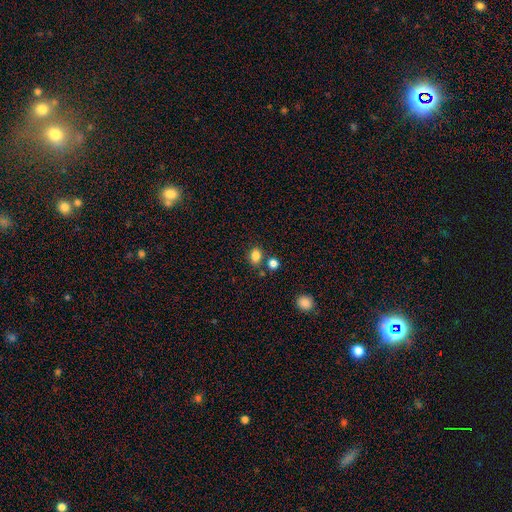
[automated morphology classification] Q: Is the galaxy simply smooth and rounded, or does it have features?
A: smooth — 83%.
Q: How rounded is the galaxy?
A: in between — 59%.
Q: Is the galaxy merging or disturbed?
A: none — 73%.